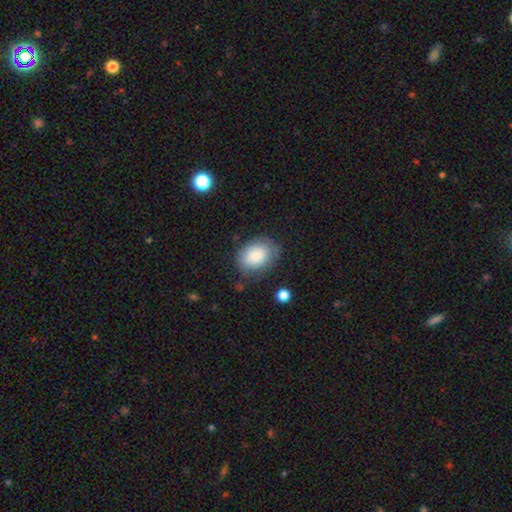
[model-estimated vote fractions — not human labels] Overall: smooth (84%). How rounded: in between (75%). Merging: none (74%).